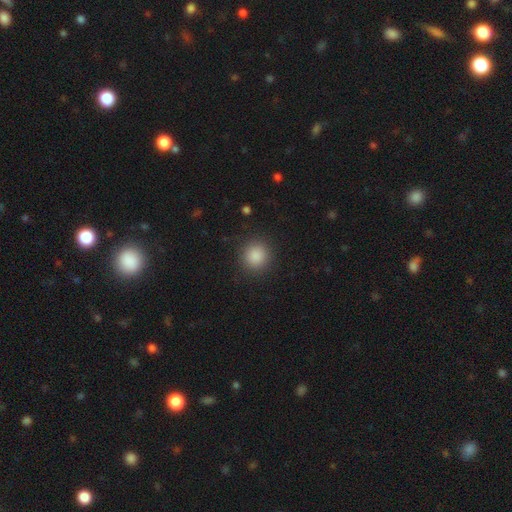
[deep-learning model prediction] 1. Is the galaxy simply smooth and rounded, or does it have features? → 87% smooth, 10% star or artifact, 4% featured or disk.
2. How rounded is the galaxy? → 91% round, 8% in between, 1% cigar-shaped.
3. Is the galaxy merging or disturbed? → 90% none, 7% minor disturbance, 3% major disturbance, 1% merger.